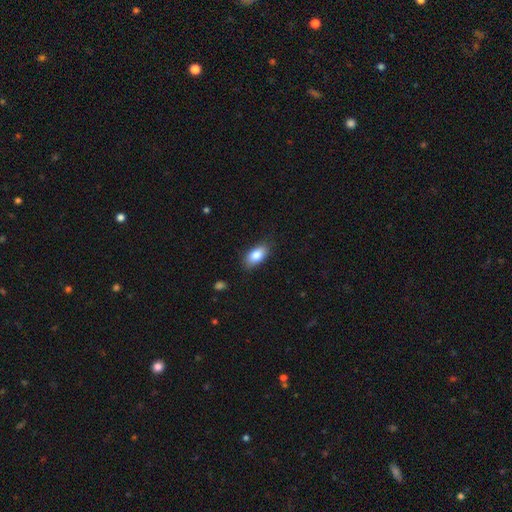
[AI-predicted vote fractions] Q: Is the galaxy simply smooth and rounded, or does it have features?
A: smooth — 82%.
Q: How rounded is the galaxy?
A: in between — 89%.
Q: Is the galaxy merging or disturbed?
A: none — 83%.